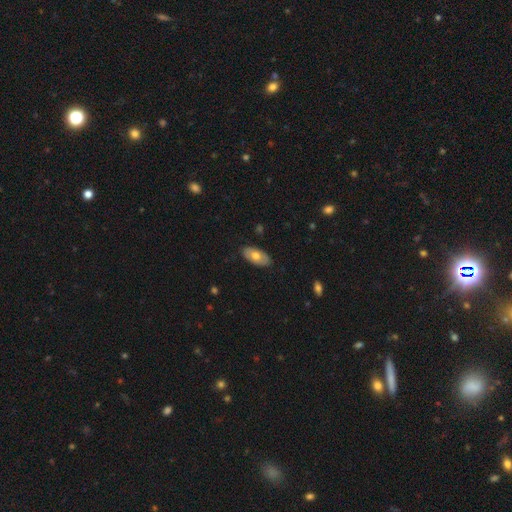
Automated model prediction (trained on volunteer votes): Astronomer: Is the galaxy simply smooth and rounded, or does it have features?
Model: smooth — 64%.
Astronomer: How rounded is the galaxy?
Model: in between — 93%.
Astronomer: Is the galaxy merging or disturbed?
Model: none — 86%.